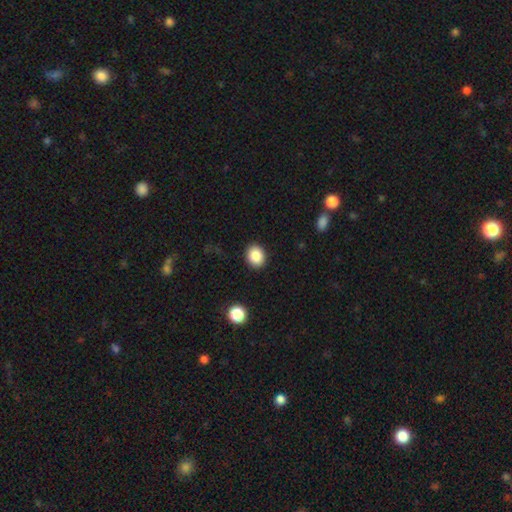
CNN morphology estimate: Smooth or featured: smooth — 87% (star or artifact — 9%)
How rounded: round — 56% (in between — 43%)
Merging: none — 91% (minor disturbance — 6%)